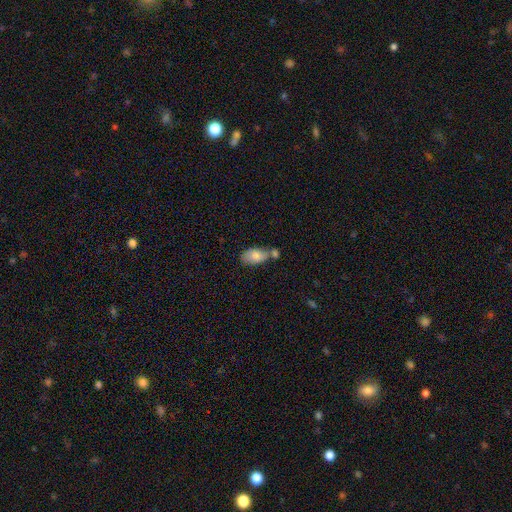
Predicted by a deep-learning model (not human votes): Q: Smooth or featured?
A: smooth (80%); runner-up: featured or disk (13%)
Q: How rounded?
A: in between (92%); runner-up: round (5%)
Q: Merging?
A: none (42%); runner-up: merger (35%)